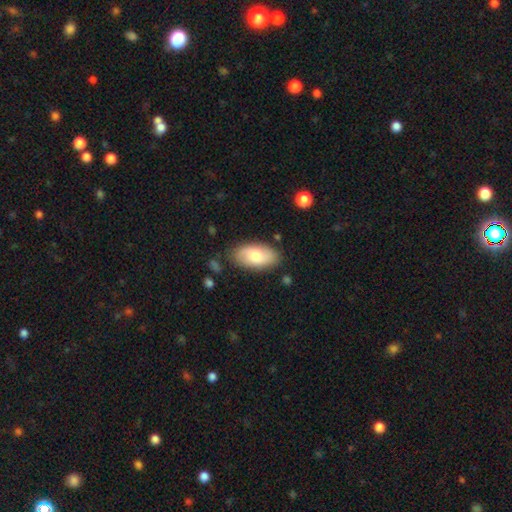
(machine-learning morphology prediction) Smooth or featured? Predicted: smooth (p=0.69). How rounded? Predicted: in between (p=0.94). Merging? Predicted: none (p=0.81).